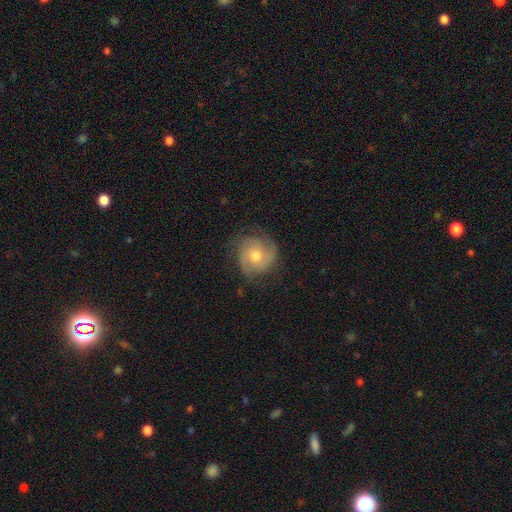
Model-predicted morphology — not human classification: Smooth or featured: featured or disk — 73% (smooth — 20%)
Edge-on disk: no — 97% (yes — 3%)
Bar: no — 74% (weak — 22%)
Spiral arms: yes — 93% (no — 7%)
Spiral winding: tight — 53% (medium — 37%)
Spiral arm count: 2 — 38% (3 — 30%)
Bulge size: moderate — 73% (small — 19%)
Merging: none — 75% (minor disturbance — 18%)